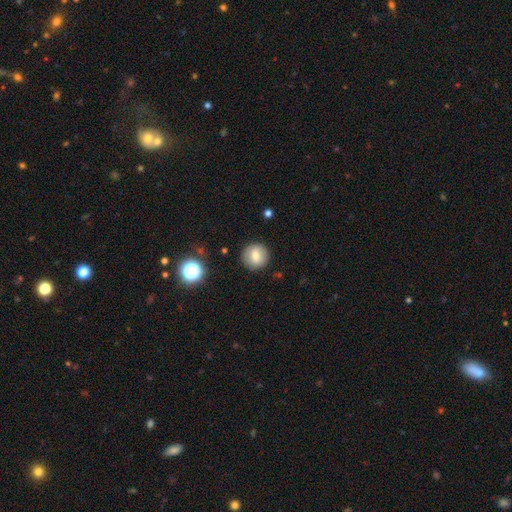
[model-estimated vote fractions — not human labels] Smooth or featured? Predicted: smooth (p=0.73). How rounded? Predicted: round (p=0.93). Merging? Predicted: none (p=0.89).